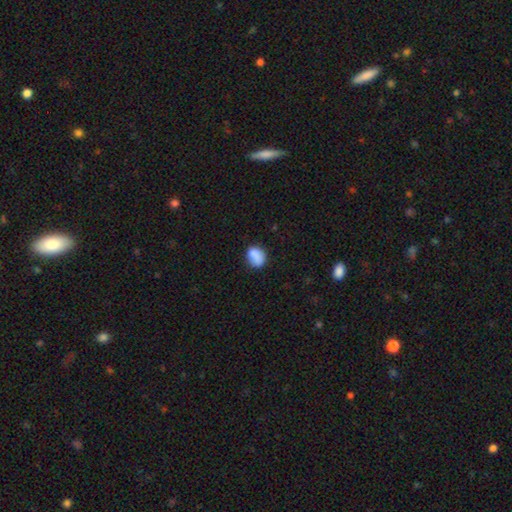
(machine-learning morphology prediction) smooth-or-featured: smooth: 82% | star or artifact: 9% | featured or disk: 9%
  how-rounded: round: 54% | in between: 45% | cigar-shaped: 1%
  merging: none: 64% | minor disturbance: 22% | merger: 8% | major disturbance: 6%